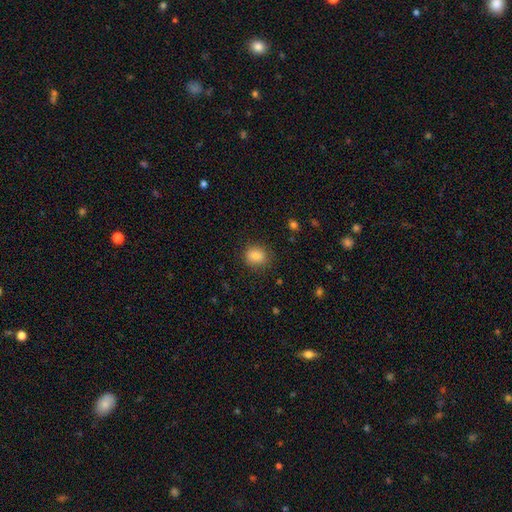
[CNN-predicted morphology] smooth 86%, star or artifact 9%, featured or disk 5%. Down the decision tree: how rounded — round (57%); merging — none (81%).